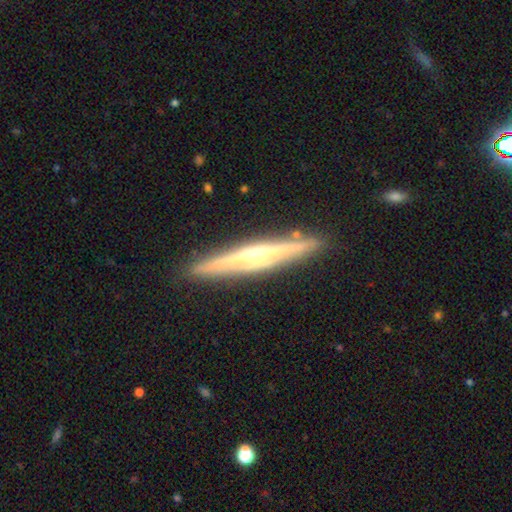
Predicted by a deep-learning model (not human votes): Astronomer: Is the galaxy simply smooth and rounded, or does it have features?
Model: featured or disk — 83%.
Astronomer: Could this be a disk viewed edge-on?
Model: yes — 97%.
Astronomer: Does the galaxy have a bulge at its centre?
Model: rounded — 80%.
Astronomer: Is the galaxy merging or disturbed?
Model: none — 90%.